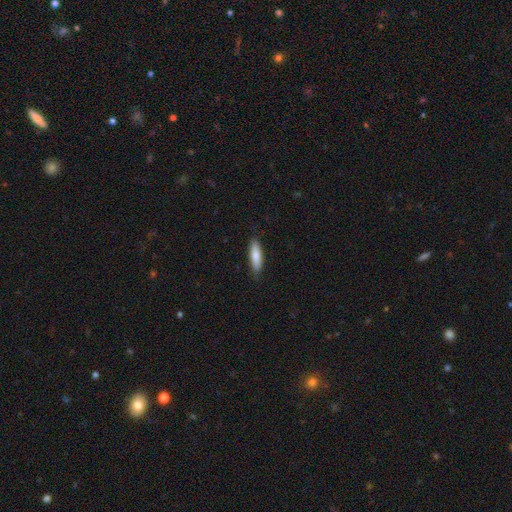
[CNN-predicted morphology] smooth 80%, featured or disk 14%, star or artifact 6%. Down the decision tree: how rounded — cigar-shaped (63%); merging — none (85%).